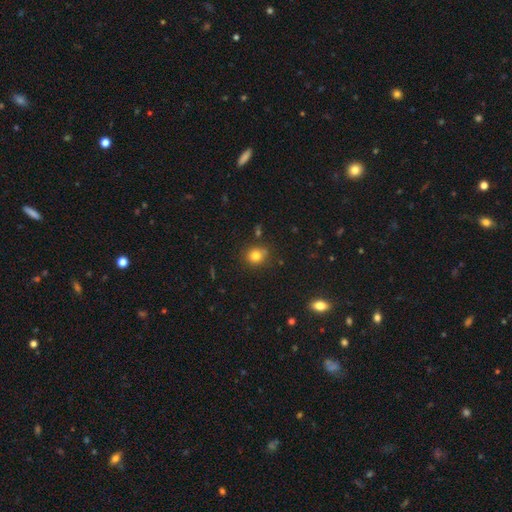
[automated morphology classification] Smooth or featured? Predicted: smooth (p=0.79). How rounded? Predicted: round (p=0.83). Merging? Predicted: none (p=0.79).